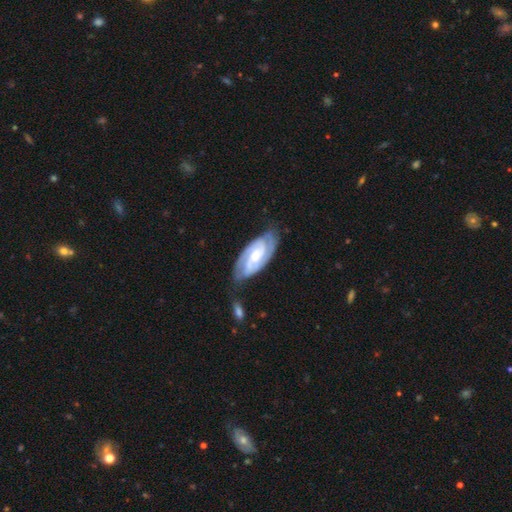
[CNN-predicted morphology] This appears to be a featured or disk galaxy (88%) with no bar (46%), 2 (69%) tight (61%) spiral arms (98%) and a moderate central bulge (52%). Merging: none (74%).